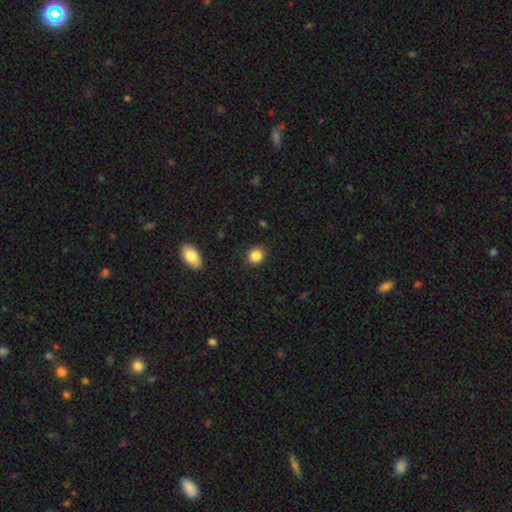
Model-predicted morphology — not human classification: The model was most divided on "how rounded": round: 69%, in between: 29%, cigar-shaped: 1%. More confident: merging — none (88%); smooth or featured — smooth (86%).